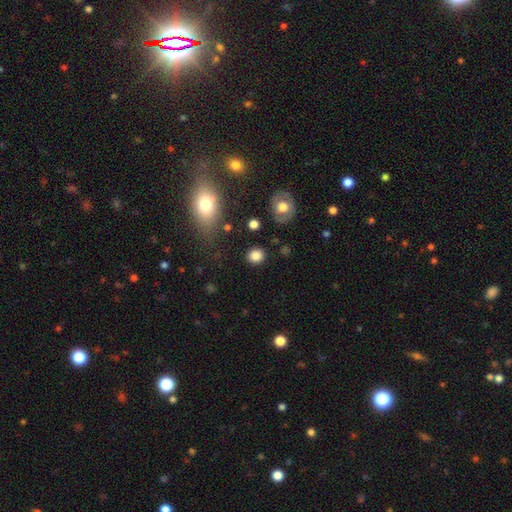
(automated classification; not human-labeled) Smooth or featured?
  - smooth: 84% *
  - star or artifact: 10%
  - featured or disk: 5%
How rounded?
  - round: 78% *
  - in between: 21%
  - cigar-shaped: 1%
Merging?
  - none: 86% *
  - minor disturbance: 8%
  - major disturbance: 3%
  - merger: 2%